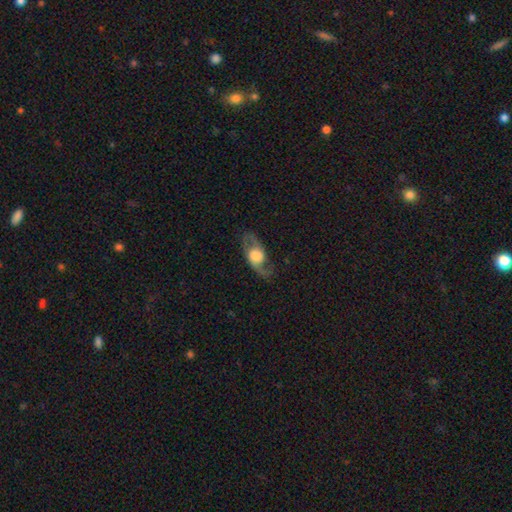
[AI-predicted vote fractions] This is likely a featured or disk galaxy (72%). It is clearly not viewed edge-on (81%). Bar: likely no (72%). Spiral arm pattern: likely yes (78%). Central bulge: possibly large (57%). Merging: likely none (77%).